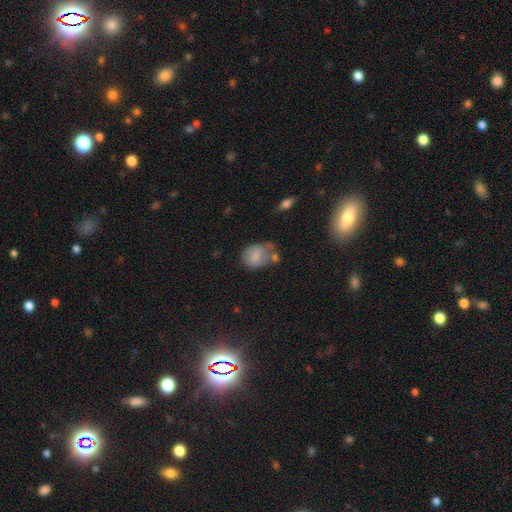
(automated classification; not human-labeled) smooth-or-featured: smooth: 75% | featured or disk: 17% | star or artifact: 9%
  how-rounded: in between: 62% | round: 37% | cigar-shaped: 1%
  merging: none: 38% | minor disturbance: 31% | major disturbance: 17% | merger: 14%